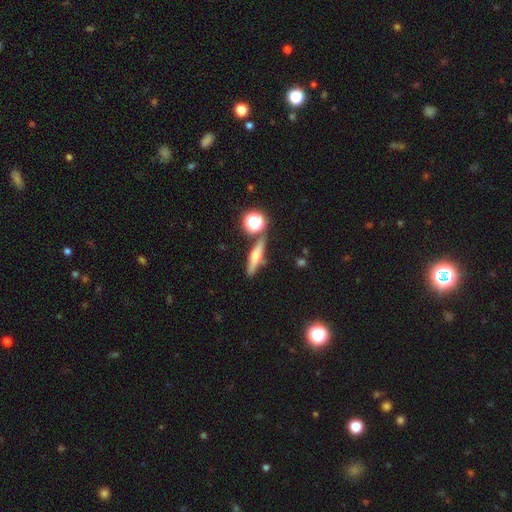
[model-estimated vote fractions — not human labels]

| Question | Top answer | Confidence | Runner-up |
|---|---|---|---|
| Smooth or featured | featured or disk | 51% | smooth (36%) |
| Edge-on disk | yes | 93% | no (7%) |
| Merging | none | 81% | minor disturbance (9%) |